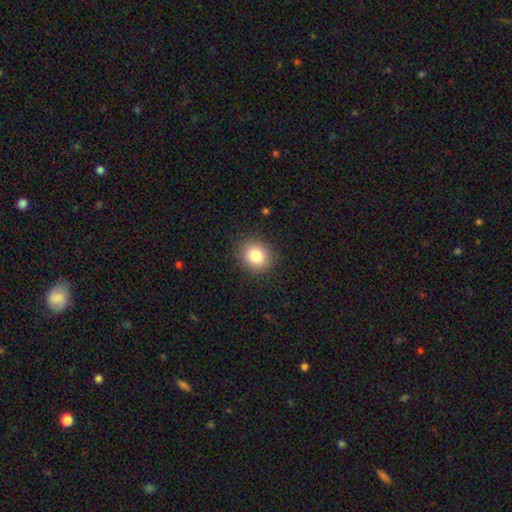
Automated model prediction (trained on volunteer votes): Smooth or featured? smooth (83%)
How rounded? round (71%)
Merging? none (89%)